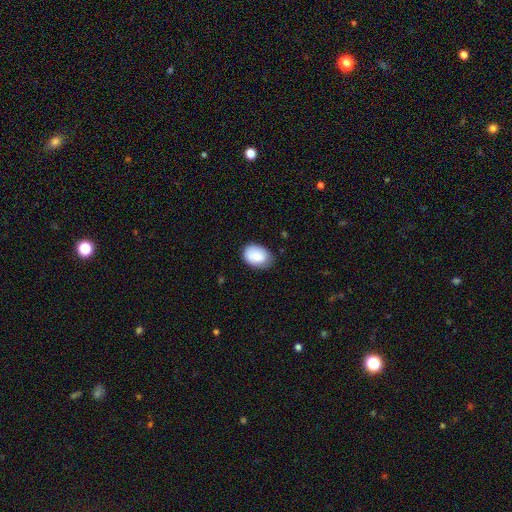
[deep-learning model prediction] This appears to be a smooth galaxy with no disk features (86%) that is in between round and cigar-shaped (81%). Merging: none (70%).